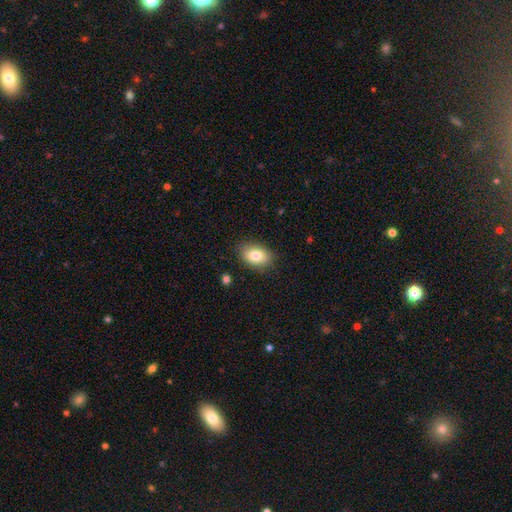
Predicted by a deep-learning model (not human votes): Q: Smooth or featured?
A: smooth (81%); runner-up: featured or disk (11%)
Q: How rounded?
A: in between (84%); runner-up: round (15%)
Q: Merging?
A: none (85%); runner-up: minor disturbance (12%)